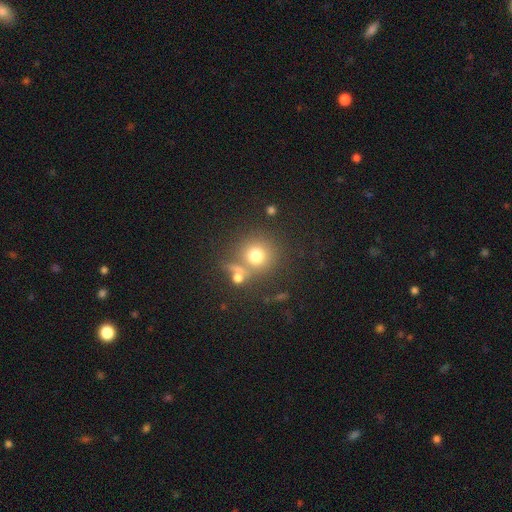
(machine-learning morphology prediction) This appears to be a smooth galaxy with no disk features (73%) that is round (90%). Merging: none (64%).